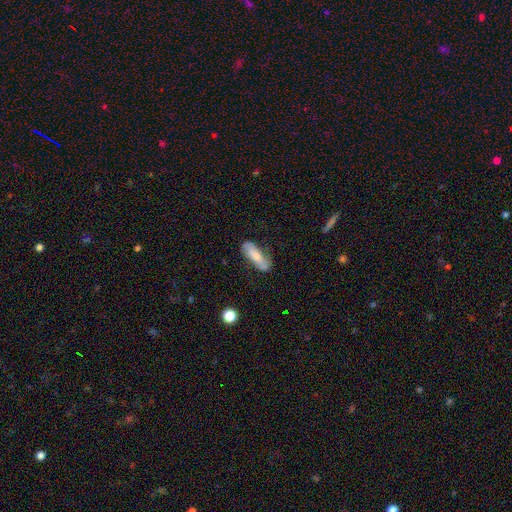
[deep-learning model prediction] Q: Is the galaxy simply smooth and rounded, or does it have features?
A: smooth — 65%.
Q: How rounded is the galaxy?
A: in between — 52%.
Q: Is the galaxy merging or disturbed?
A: none — 71%.